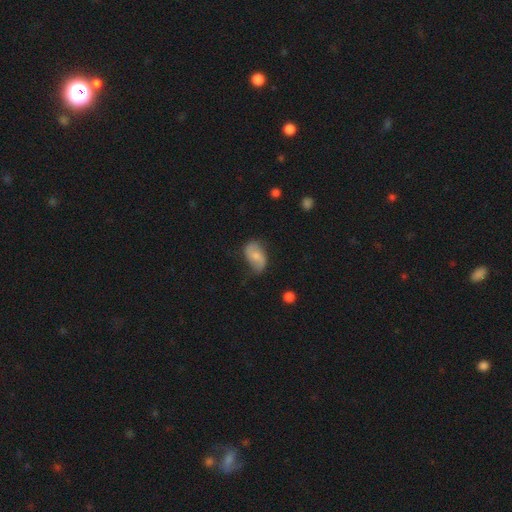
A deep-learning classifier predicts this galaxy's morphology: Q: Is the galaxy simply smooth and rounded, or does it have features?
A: featured or disk — 47%.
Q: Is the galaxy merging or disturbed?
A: none — 61%.